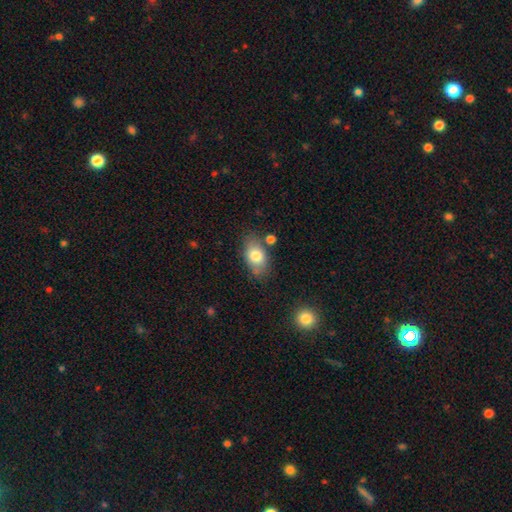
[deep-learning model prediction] Smooth or featured: smooth — 78% (featured or disk — 14%)
How rounded: in between — 87% (round — 11%)
Merging: none — 72% (minor disturbance — 16%)